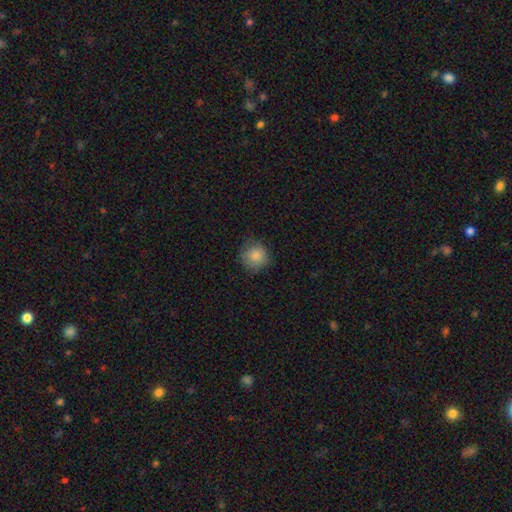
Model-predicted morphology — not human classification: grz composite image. It shows a smooth galaxy with no disk features (85%) that is round (91%). Merging: none (78%).